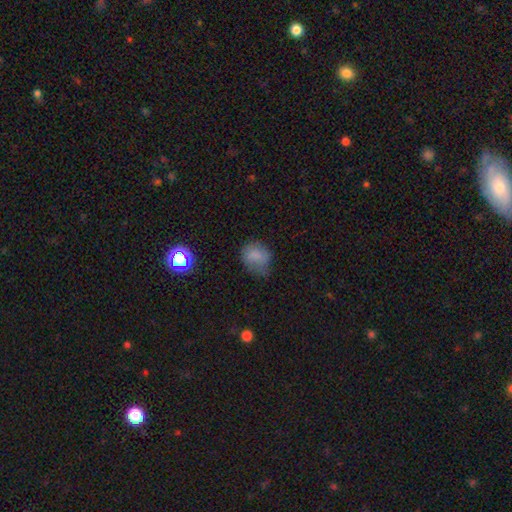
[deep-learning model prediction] A smooth galaxy with no disk features (77%) that is round (57%). Merging: none (49%).